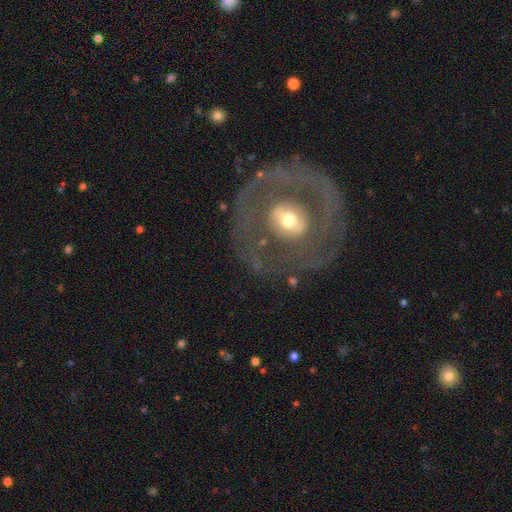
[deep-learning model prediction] smooth-or-featured: featured or disk: 72% | smooth: 21% | star or artifact: 7%
  disk-edge-on: no: 95% | yes: 5%
    bar: no: 71% | weak: 20% | strong: 10%
    has-spiral-arms: no: 56% | yes: 44%
    bulge-size: moderate: 60% | small: 26% | large: 11% | dominant: 2% | none: 1%
  merging: none: 75% | minor disturbance: 13% | major disturbance: 10% | merger: 2%